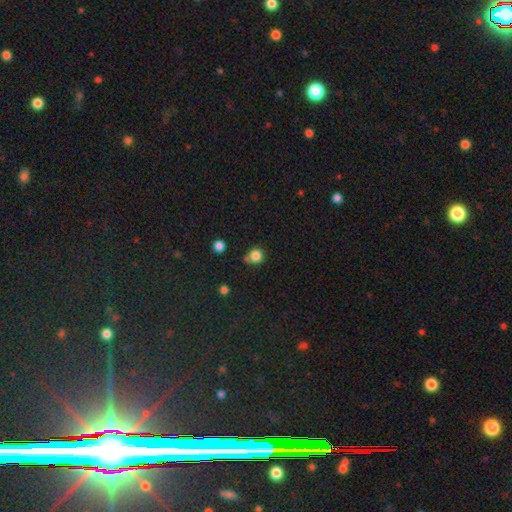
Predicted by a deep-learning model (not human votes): This appears to be a smooth galaxy with no disk features (83%) that is round (86%). Merging: none (65%).